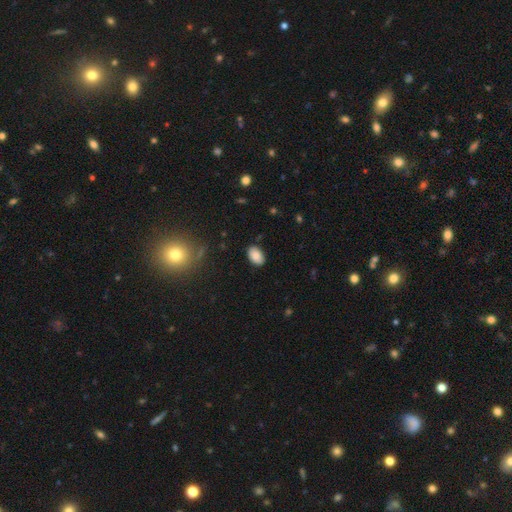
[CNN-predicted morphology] type=smooth (85%); roundness=in between (91%); merging=none (86%).